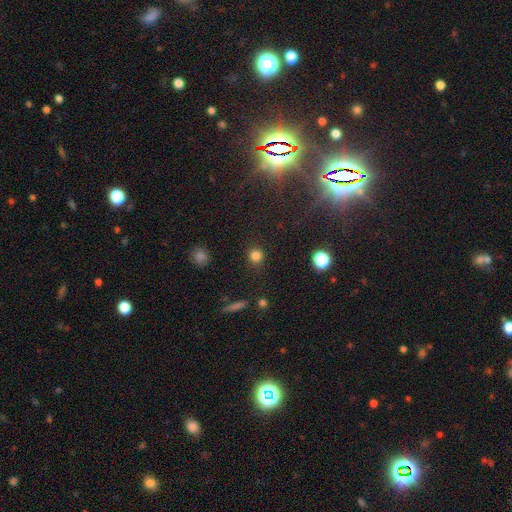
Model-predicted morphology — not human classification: smooth 81%, star or artifact 14%, featured or disk 5%. Down the decision tree: how rounded — round (92%); merging — none (88%).